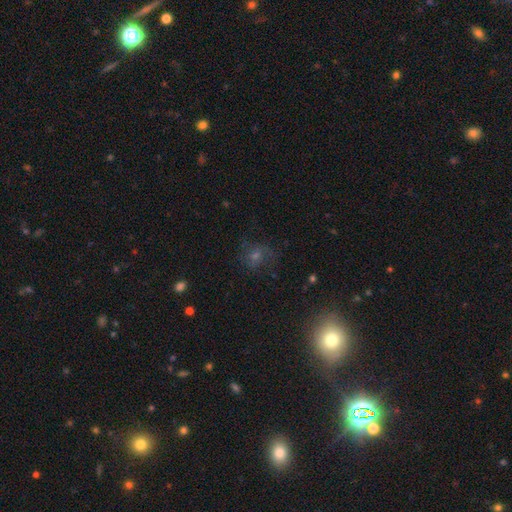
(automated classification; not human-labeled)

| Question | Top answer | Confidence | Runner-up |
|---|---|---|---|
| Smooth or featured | smooth | 36% | star or artifact (34%) |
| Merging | none | 70% | minor disturbance (16%) |